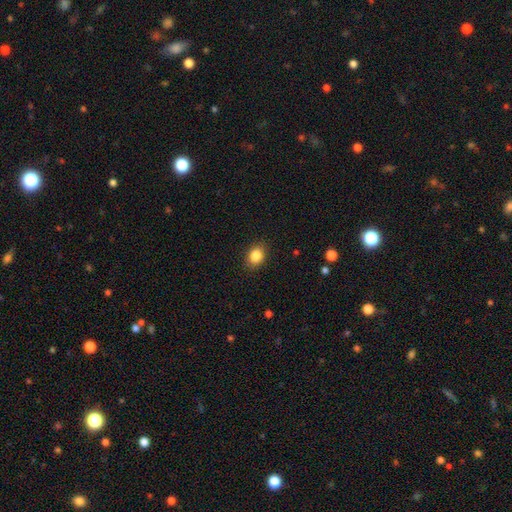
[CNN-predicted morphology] A smooth galaxy with no disk features (85%) that is in between round and cigar-shaped (57%).

Vote fractions:
- Smooth or featured? smooth: 85% / star or artifact: 9% / featured or disk: 5%
- How rounded? in between: 57% / round: 42% / cigar-shaped: 1%
- Merging? none: 87% / minor disturbance: 9% / major disturbance: 2% / merger: 1%